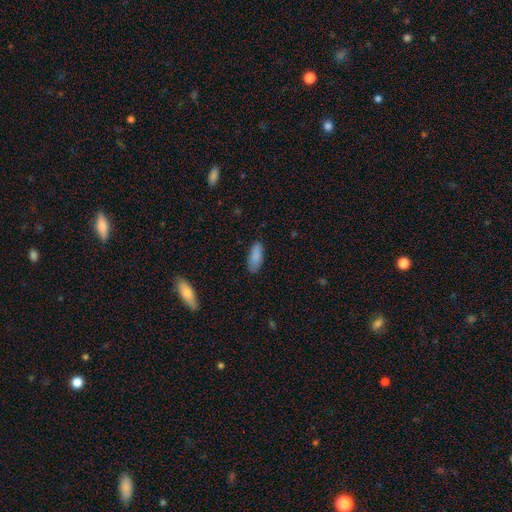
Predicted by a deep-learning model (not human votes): Smooth or featured? smooth (87%)
How rounded? in between (81%)
Merging? none (83%)